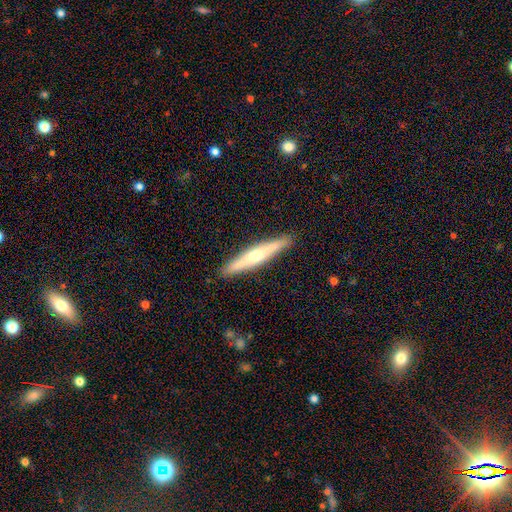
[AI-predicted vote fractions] This is possibly a featured or disk galaxy (55%). It is clearly viewed edge-on (94%). Edge-on bulge: clearly rounded (82%). Merging: clearly none (90%).